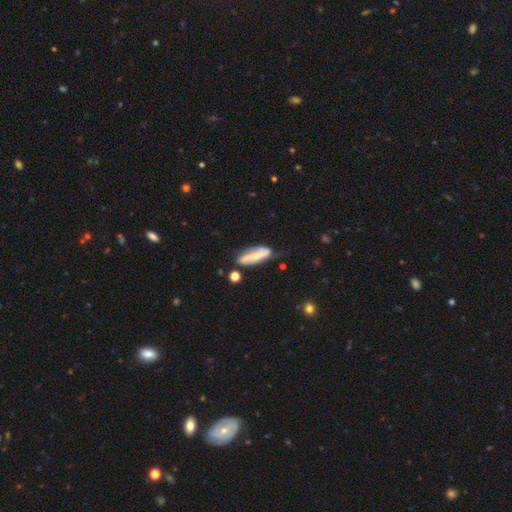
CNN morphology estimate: A featured or disk galaxy (54%).

Vote fractions:
- Smooth or featured? featured or disk: 54% / smooth: 39% / star or artifact: 7%
- Edge-on disk? no: 75% / yes: 25%
- Merging? none: 61% / minor disturbance: 25% / major disturbance: 7% / merger: 7%